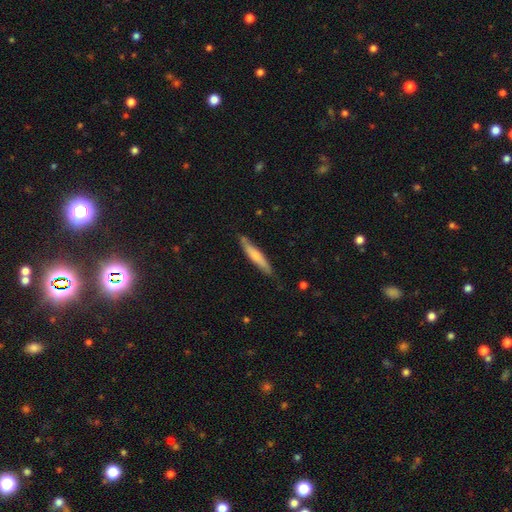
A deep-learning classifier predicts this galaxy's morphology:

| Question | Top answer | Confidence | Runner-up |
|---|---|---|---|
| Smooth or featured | smooth | 61% | featured or disk (34%) |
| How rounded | cigar-shaped | 89% | in between (10%) |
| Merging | none | 78% | minor disturbance (17%) |